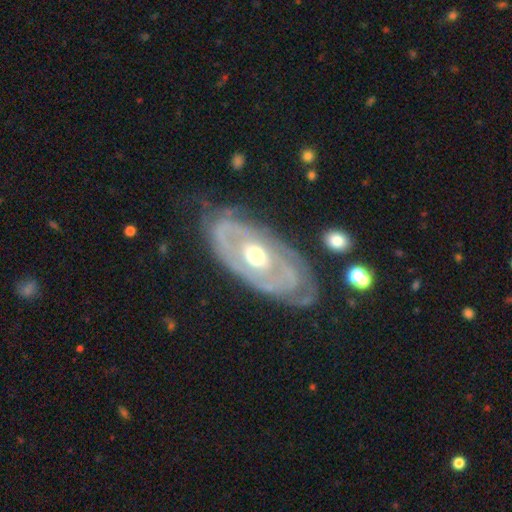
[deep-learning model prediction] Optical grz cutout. It shows a featured or disk galaxy (82%) with no bar (75%), tight (65%) spiral arms (68%) and a moderate central bulge (75%). Merging: none (70%).